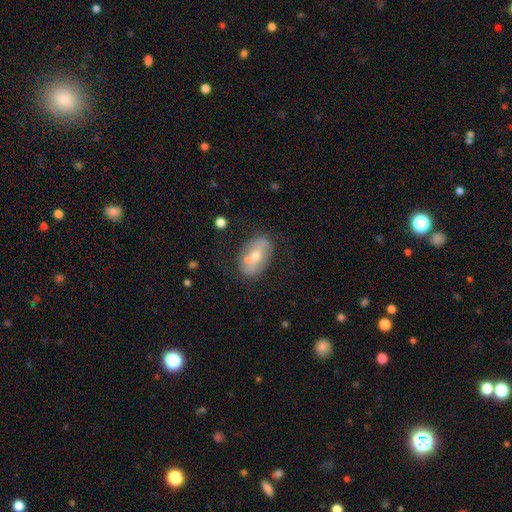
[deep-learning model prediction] The model was most divided on "smooth or featured": featured or disk: 49%, smooth: 43%, star or artifact: 8%. More confident: merging — none (65%).